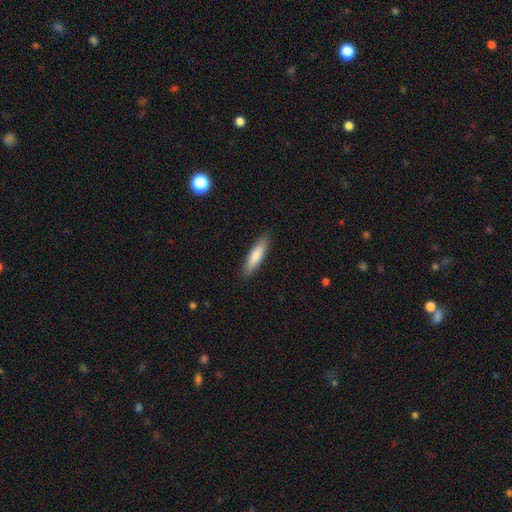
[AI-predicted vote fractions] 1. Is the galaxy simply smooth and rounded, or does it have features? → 84% smooth, 11% featured or disk, 5% star or artifact.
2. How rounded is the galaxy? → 73% cigar-shaped, 26% in between, 1% round.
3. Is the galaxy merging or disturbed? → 90% none, 8% minor disturbance, 2% major disturbance, 1% merger.